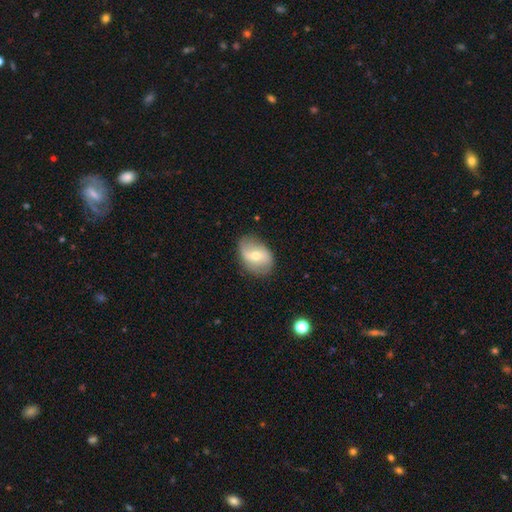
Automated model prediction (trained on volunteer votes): Overall: smooth (47%; featured or disk 45%). Merging: none (76%).